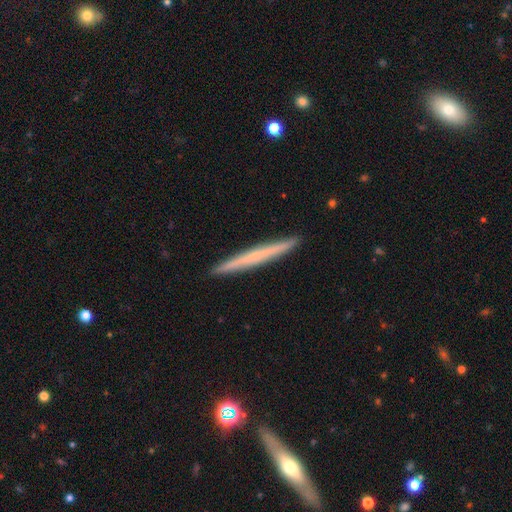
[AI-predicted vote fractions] smooth 54%, featured or disk 41%, star or artifact 6%. Down the decision tree: how rounded — cigar-shaped (97%); merging — none (93%).